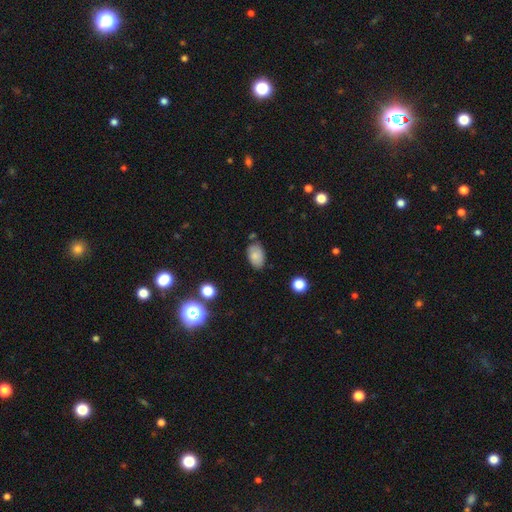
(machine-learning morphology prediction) type=smooth (82%); roundness=in between (90%); merging=none (72%).